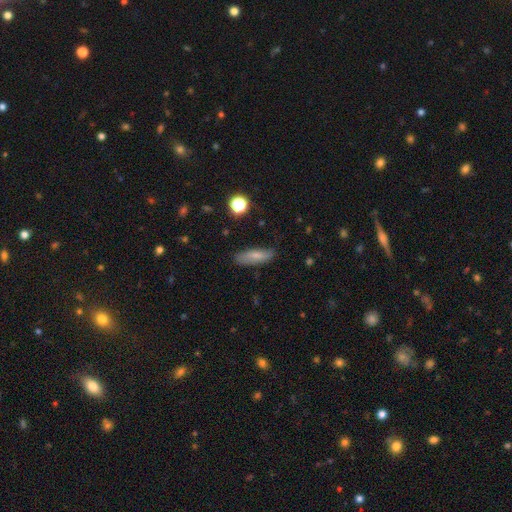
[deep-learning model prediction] Morphology: type=smooth (72%); roundness=in between (54%); merging=none (76%).